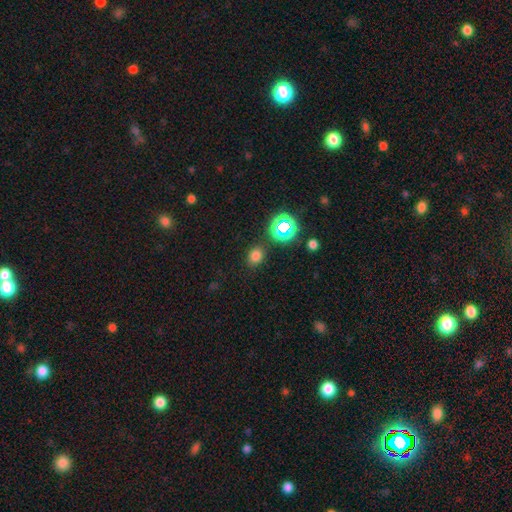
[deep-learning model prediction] Smooth or featured? smooth (73%)
How rounded? in between (52%)
Merging? none (85%)